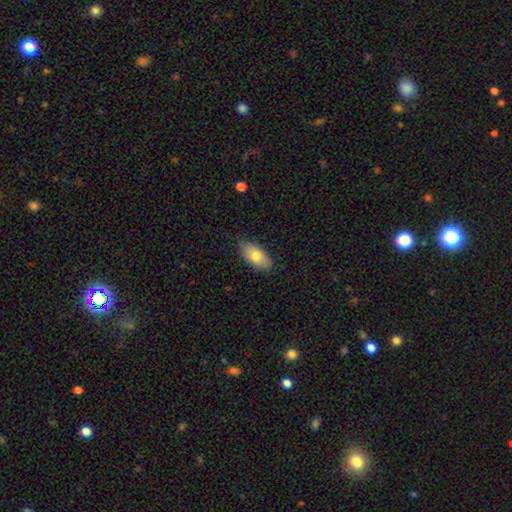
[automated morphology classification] A smooth galaxy with no disk features (76%) that is in between round and cigar-shaped (92%).

Vote fractions:
- Smooth or featured? smooth: 76% / featured or disk: 17% / star or artifact: 6%
- How rounded? in between: 92% / cigar-shaped: 5% / round: 3%
- Merging? none: 82% / minor disturbance: 15% / major disturbance: 2% / merger: 1%